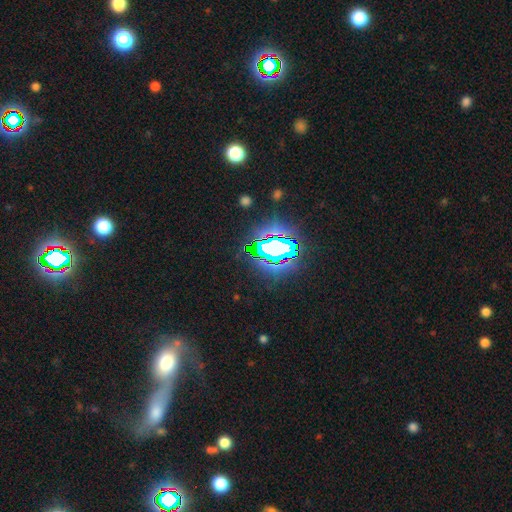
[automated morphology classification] Smooth or featured?
  - star or artifact: 70% *
  - smooth: 15%
  - featured or disk: 14%